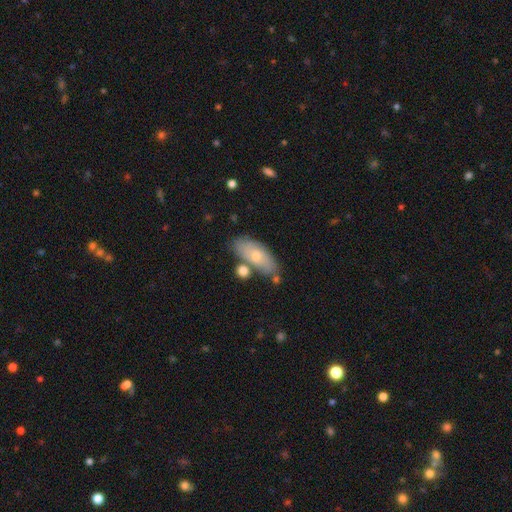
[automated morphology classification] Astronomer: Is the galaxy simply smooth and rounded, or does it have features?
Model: smooth — 65%.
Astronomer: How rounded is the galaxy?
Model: in between — 81%.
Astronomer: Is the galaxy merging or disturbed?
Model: none — 66%.